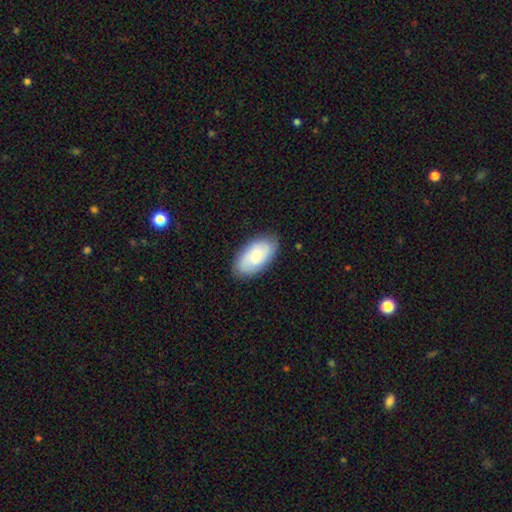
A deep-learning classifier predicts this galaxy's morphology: Smooth or featured?
  - smooth: 64% *
  - featured or disk: 30%
  - star or artifact: 6%
How rounded?
  - in between: 94% *
  - round: 3%
  - cigar-shaped: 3%
Merging?
  - none: 82% *
  - minor disturbance: 14%
  - major disturbance: 3%
  - merger: 1%